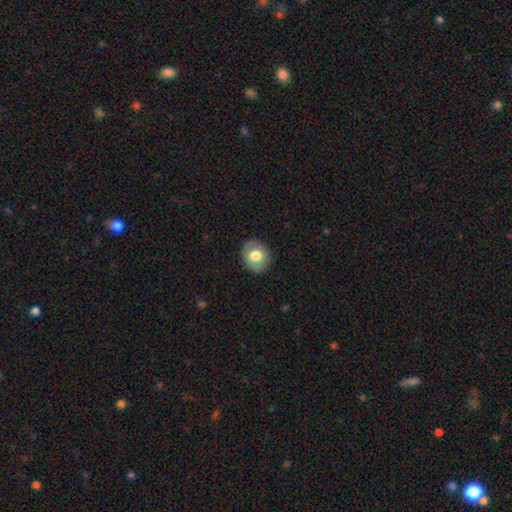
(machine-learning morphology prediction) This appears to be a smooth galaxy with no disk features (70%) that is round (67%). Merging: none (88%).